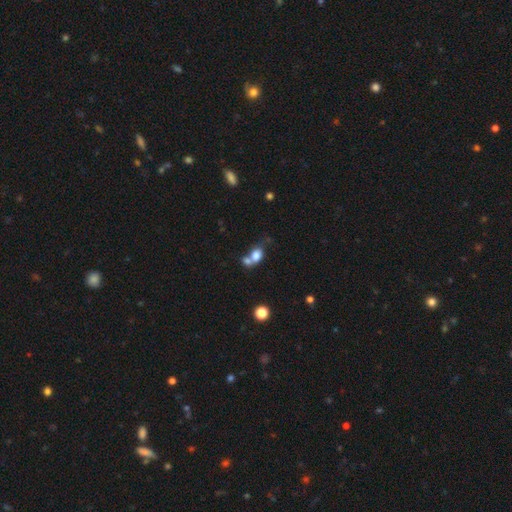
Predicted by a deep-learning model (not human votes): Smooth or featured?
  - smooth: 76% *
  - featured or disk: 13%
  - star or artifact: 11%
How rounded?
  - in between: 58% *
  - round: 40%
  - cigar-shaped: 2%
Merging?
  - merger: 58% *
  - none: 27%
  - minor disturbance: 9%
  - major disturbance: 6%